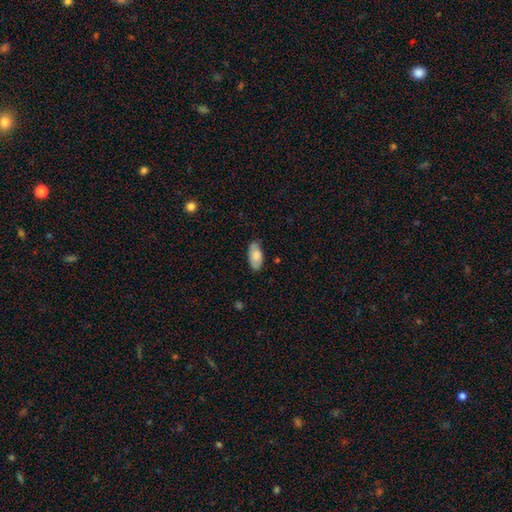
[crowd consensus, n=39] smooth 82%, featured or disk 10%, star or artifact 8%. Down the decision tree: how rounded — in between (100%); merging — none (69%).